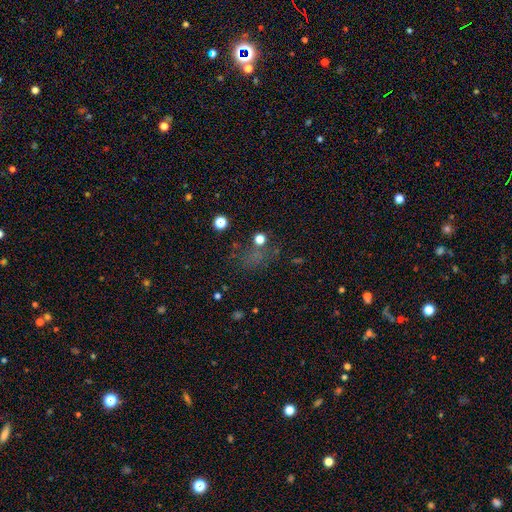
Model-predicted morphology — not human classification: Q: Smooth or featured?
A: smooth (43%); runner-up: star or artifact (41%)
Q: Merging?
A: none (54%); runner-up: major disturbance (21%)